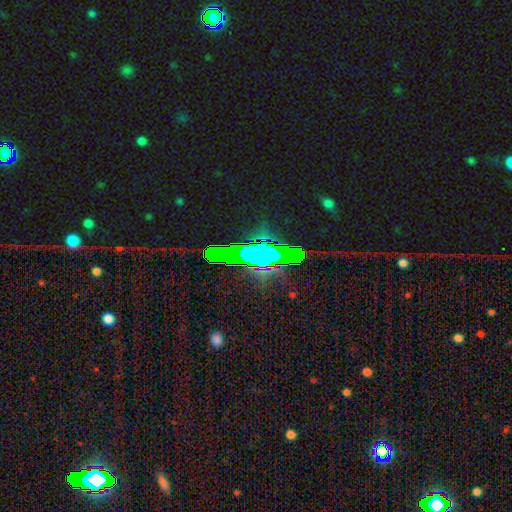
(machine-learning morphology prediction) smooth_or_featured: star or artifact (p=0.71) [alt: smooth p=0.16]